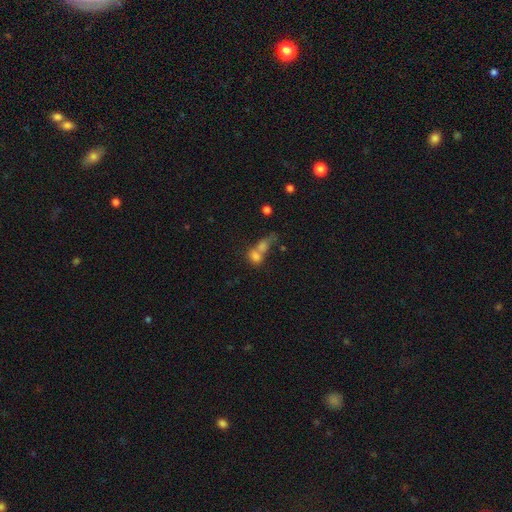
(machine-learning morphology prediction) smooth-or-featured: smooth: 73% | featured or disk: 15% | star or artifact: 12%
  how-rounded: in between: 50% | round: 47% | cigar-shaped: 4%
  merging: merger: 67% | none: 20% | major disturbance: 7% | minor disturbance: 7%